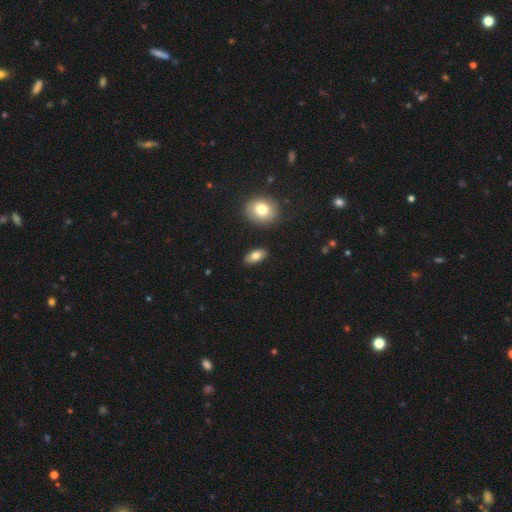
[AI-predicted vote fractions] Overall: smooth (76%). How rounded: in between (88%). Merging: none (87%).